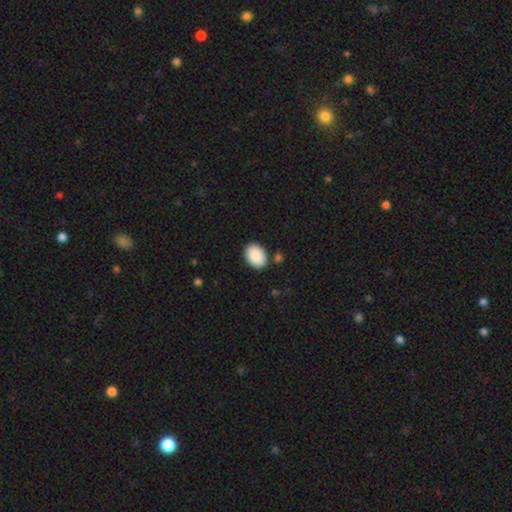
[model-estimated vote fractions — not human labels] A smooth galaxy with no disk features (91%) that is in between round and cigar-shaped (81%).

Vote fractions:
- Smooth or featured? smooth: 91% / star or artifact: 6% / featured or disk: 3%
- How rounded? in between: 81% / round: 18% / cigar-shaped: 1%
- Merging? none: 85% / minor disturbance: 9% / merger: 3% / major disturbance: 2%